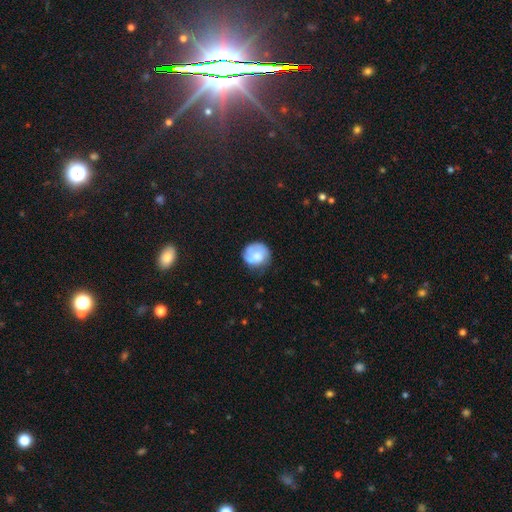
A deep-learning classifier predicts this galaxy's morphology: Q: Smooth or featured?
A: smooth (58%); runner-up: featured or disk (34%)
Q: How rounded?
A: round (83%); runner-up: in between (16%)
Q: Merging?
A: none (54%); runner-up: minor disturbance (26%)